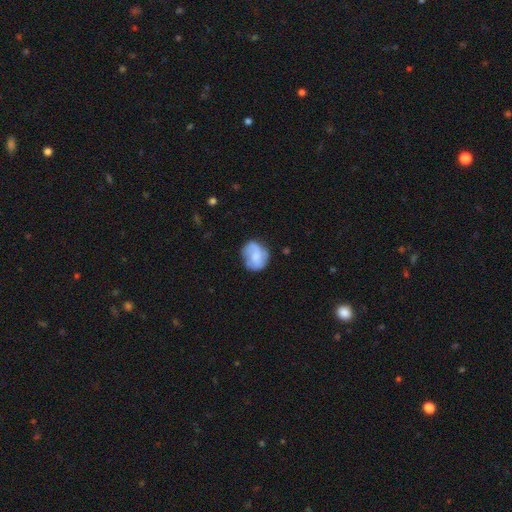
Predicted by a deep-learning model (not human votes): smooth-or-featured: smooth: 47% | featured or disk: 46% | star or artifact: 7%
  merging: none: 65% | minor disturbance: 24% | major disturbance: 9% | merger: 2%